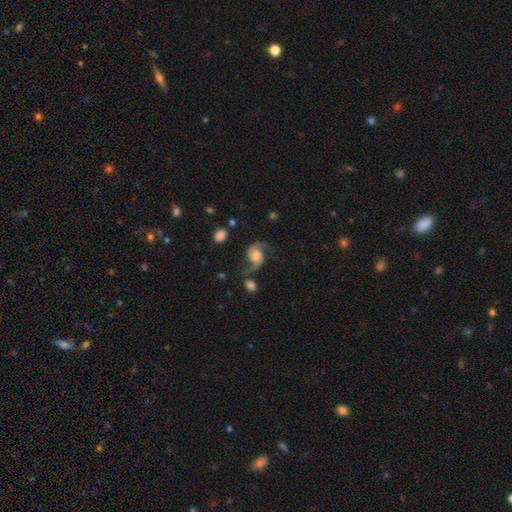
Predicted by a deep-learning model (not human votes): The model was most divided on "bulge size": moderate: 37%, large: 31%, small: 16%, none: 10%, dominant: 6%. More confident: edge-on disk — no (98%); spiral arms — yes (97%); spiral arm count — 2 (93%); smooth or featured — featured or disk (85%); merging — none (66%); bar — no (66%); spiral winding — loose (59%).